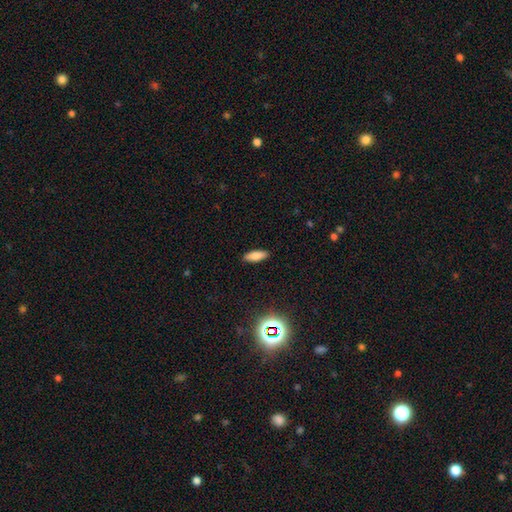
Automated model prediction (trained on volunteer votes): A smooth galaxy with no disk features (81%) that is in between round and cigar-shaped (66%). Merging: none (89%).